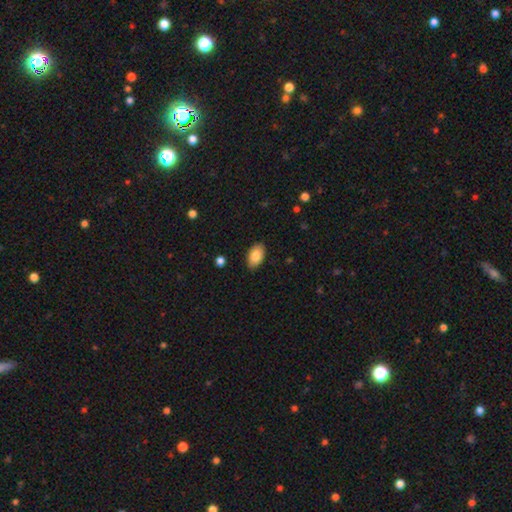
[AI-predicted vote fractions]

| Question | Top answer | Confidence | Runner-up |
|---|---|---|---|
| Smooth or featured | smooth | 87% | featured or disk (7%) |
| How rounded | in between | 93% | round (5%) |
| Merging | none | 86% | minor disturbance (11%) |